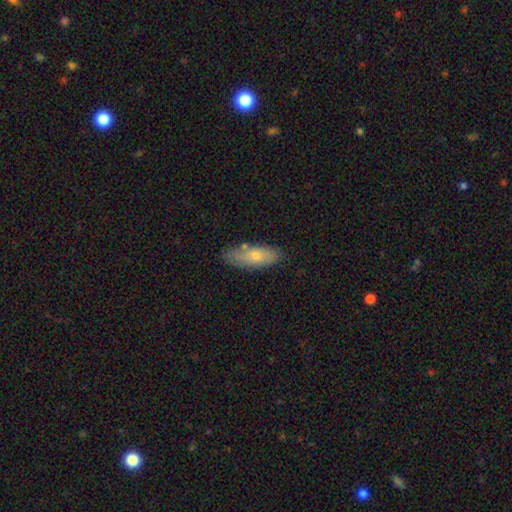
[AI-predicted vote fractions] This appears to be a smooth galaxy with no disk features (67%) that is in between round and cigar-shaped (69%). Merging: none (72%).